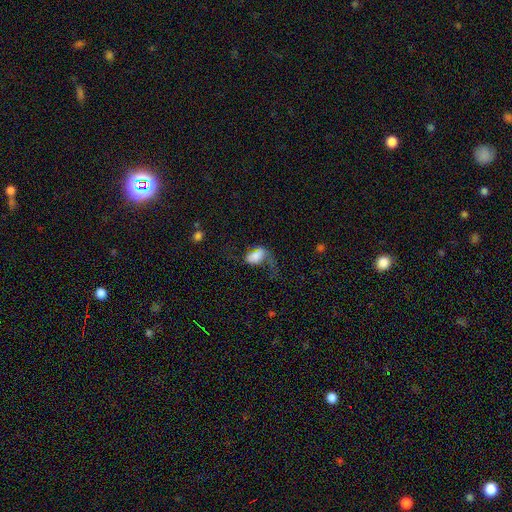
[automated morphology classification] A smooth galaxy with no disk features (67%) that is in between round and cigar-shaped (88%). Merging: major disturbance (53%).